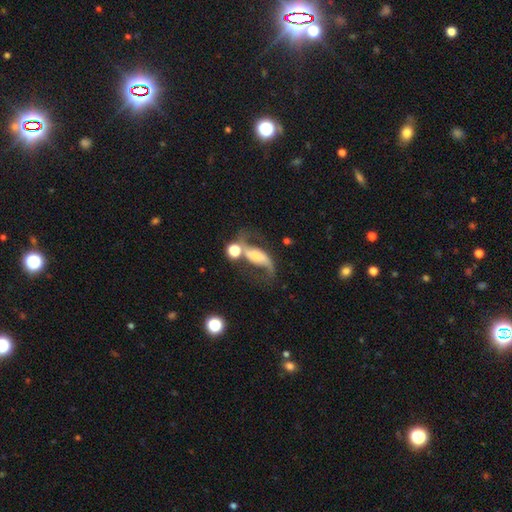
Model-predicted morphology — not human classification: smooth_or_featured: featured or disk (p=0.77) [alt: smooth p=0.15]
disk_edge_on: no (p=0.94) [alt: yes p=0.06]
bar: no (p=0.39) [alt: weak p=0.31]
has_spiral_arms: yes (p=0.93) [alt: no p=0.07]
spiral_winding: loose (p=0.80) [alt: medium p=0.16]
spiral_arm_count: 2 (p=0.88) [alt: 1 p=0.07]
bulge_size: small (p=0.36) [alt: moderate p=0.34]
merging: none (p=0.48) [alt: merger p=0.20]